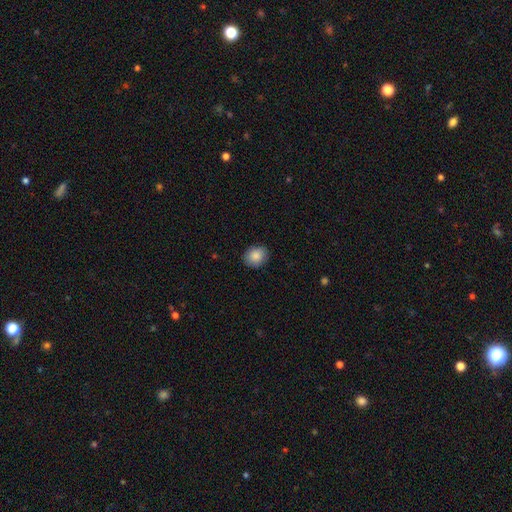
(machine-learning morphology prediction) type=smooth (87%); roundness=round (63%); merging=none (88%).